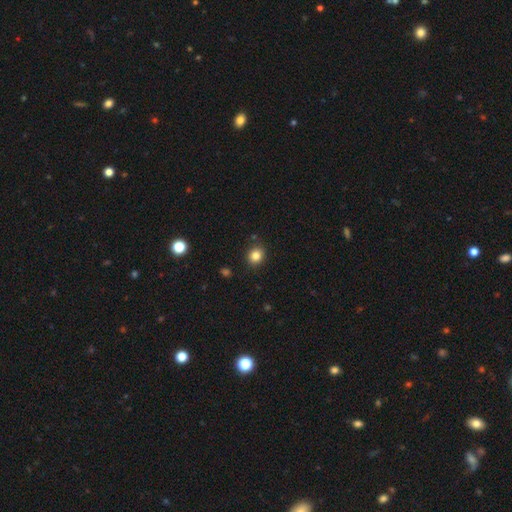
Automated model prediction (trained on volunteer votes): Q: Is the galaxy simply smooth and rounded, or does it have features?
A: smooth — 83%.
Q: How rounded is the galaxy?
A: round — 74%.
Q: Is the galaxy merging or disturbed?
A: none — 88%.